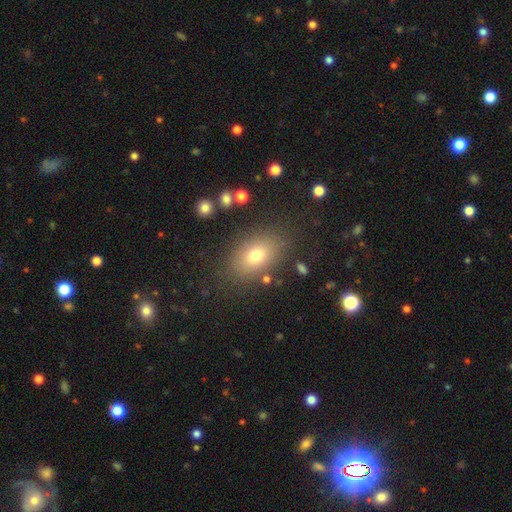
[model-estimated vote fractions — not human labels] smooth 73%, star or artifact 14%, featured or disk 13%. Down the decision tree: how rounded — in between (81%); merging — none (83%).